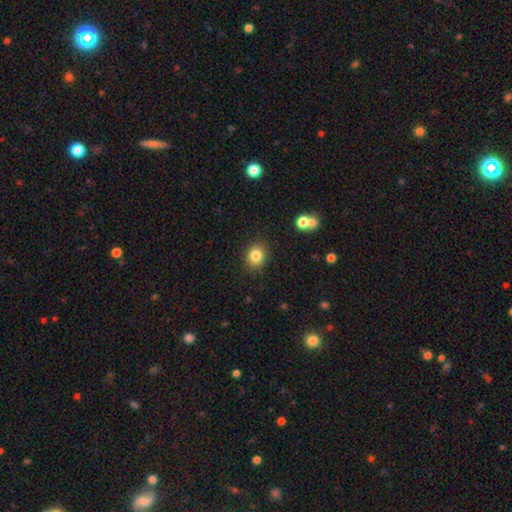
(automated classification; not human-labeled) smooth 83%, star or artifact 11%, featured or disk 6%. Down the decision tree: how rounded — round (70%); merging — none (88%).